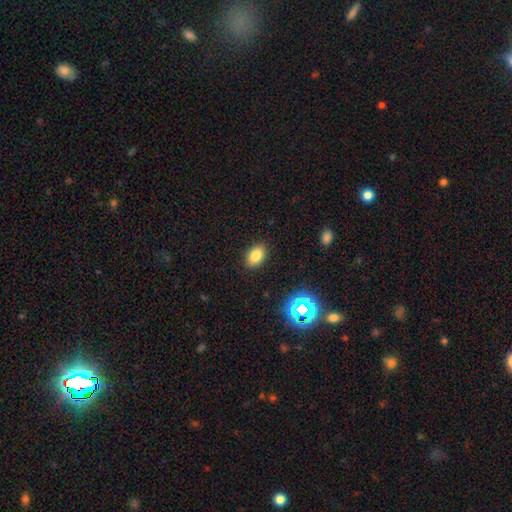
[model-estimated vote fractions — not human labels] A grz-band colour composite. It shows a smooth galaxy with no disk features (80%) that is in between round and cigar-shaped (85%). Merging: none (88%).